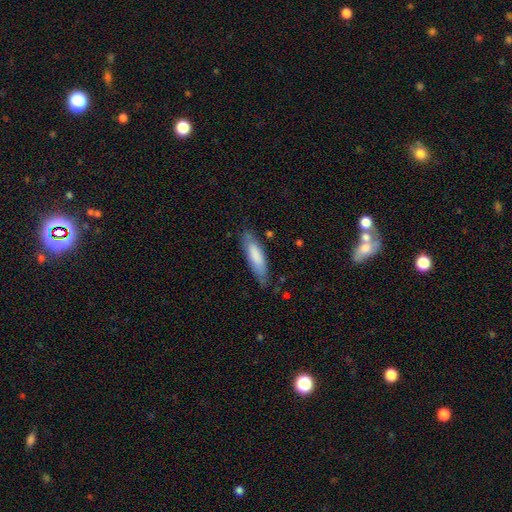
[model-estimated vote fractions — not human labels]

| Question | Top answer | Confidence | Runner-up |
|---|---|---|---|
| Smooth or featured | smooth | 80% | featured or disk (15%) |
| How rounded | cigar-shaped | 64% | in between (35%) |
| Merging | none | 77% | minor disturbance (18%) |